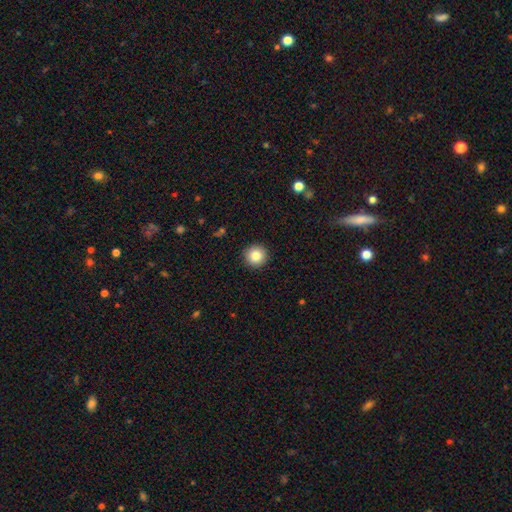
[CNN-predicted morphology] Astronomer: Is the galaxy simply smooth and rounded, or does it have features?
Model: smooth — 84%.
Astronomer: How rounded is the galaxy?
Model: round — 96%.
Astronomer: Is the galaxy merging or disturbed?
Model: none — 93%.